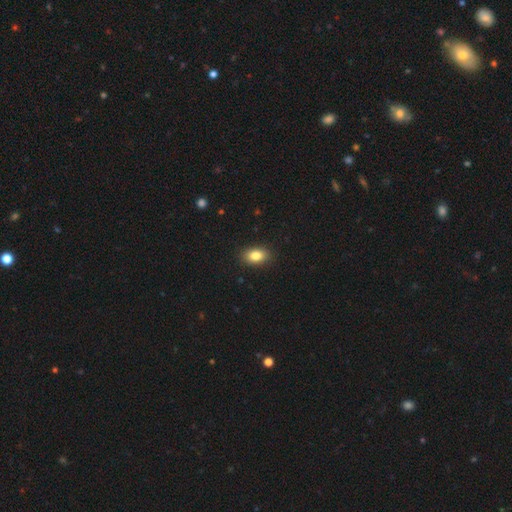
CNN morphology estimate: This is clearly a smooth galaxy (84%). How rounded: clearly in between (85%). Merging: clearly none (89%).